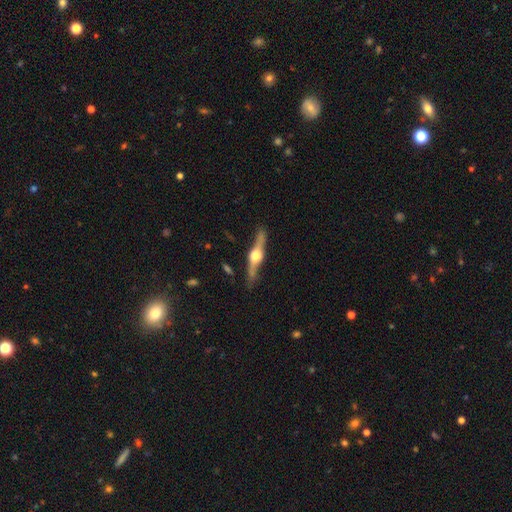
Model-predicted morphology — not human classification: A featured or disk galaxy (80%) viewed edge-on (97%) with a rounded central bulge (96%).

Vote fractions:
- Smooth or featured? featured or disk: 80% / smooth: 15% / star or artifact: 5%
- Edge-on disk? yes: 97% / no: 3%
- Edge-on bulge? rounded: 96% / boxy: 3% / none: 1%
- Merging? none: 85% / minor disturbance: 11% / major disturbance: 2% / merger: 2%